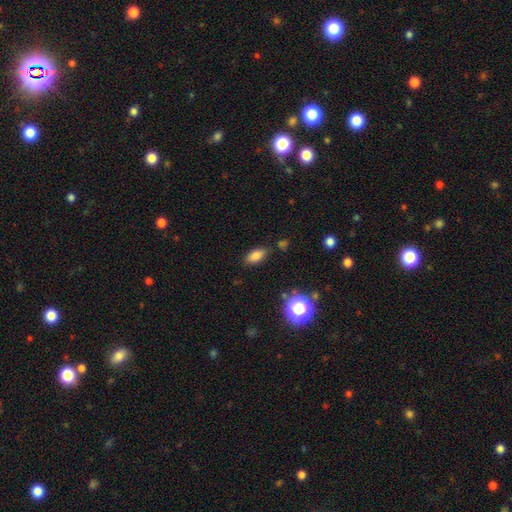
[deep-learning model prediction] Q: Smooth or featured?
A: smooth (79%); runner-up: star or artifact (12%)
Q: How rounded?
A: in between (85%); runner-up: cigar-shaped (8%)
Q: Merging?
A: none (79%); runner-up: minor disturbance (14%)